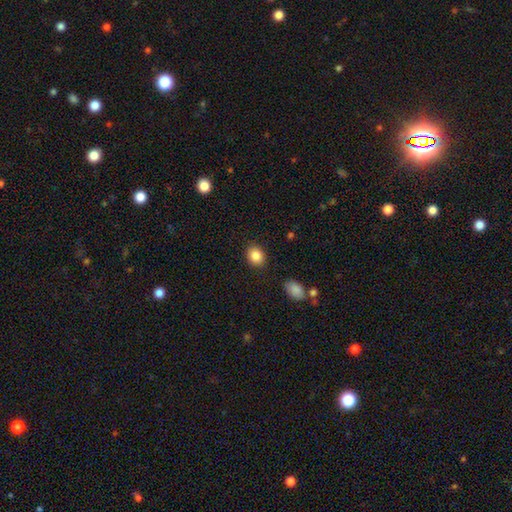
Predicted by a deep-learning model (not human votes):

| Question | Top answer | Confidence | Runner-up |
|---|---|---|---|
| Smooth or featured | smooth | 86% | star or artifact (9%) |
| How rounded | round | 52% | in between (47%) |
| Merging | none | 87% | minor disturbance (8%) |